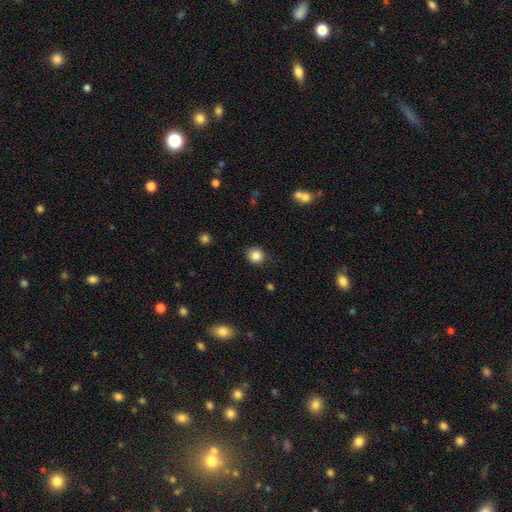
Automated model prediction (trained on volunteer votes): A smooth galaxy with no disk features (85%) that is round (84%). Merging: none (88%).